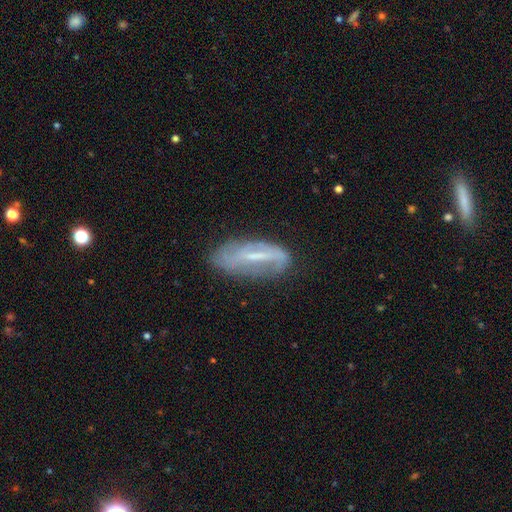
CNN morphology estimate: A featured or disk galaxy (64%) with a strong bar (51%), spiral arms (58%) and a small central bulge (51%).

Vote fractions:
- Smooth or featured? featured or disk: 64% / smooth: 28% / star or artifact: 9%
- Edge-on disk? no: 79% / yes: 21%
- Bar? strong: 51% / weak: 32% / no: 17%
- Spiral arms? yes: 58% / no: 42%
- Bulge size? small: 51% / moderate: 26% / none: 19% / large: 3% / dominant: 1%
- Merging? none: 64% / minor disturbance: 23% / major disturbance: 11% / merger: 2%